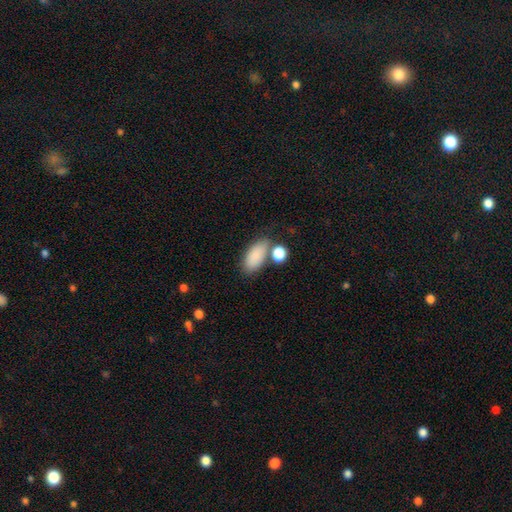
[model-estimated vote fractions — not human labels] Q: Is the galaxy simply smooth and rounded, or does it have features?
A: smooth — 86%.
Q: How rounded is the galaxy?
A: in between — 89%.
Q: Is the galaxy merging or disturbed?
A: none — 62%.